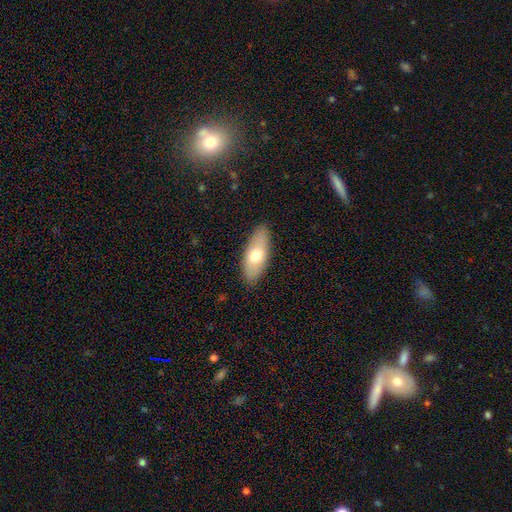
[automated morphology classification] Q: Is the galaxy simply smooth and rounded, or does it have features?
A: smooth — 67%.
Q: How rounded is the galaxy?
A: in between — 79%.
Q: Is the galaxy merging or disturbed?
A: none — 87%.